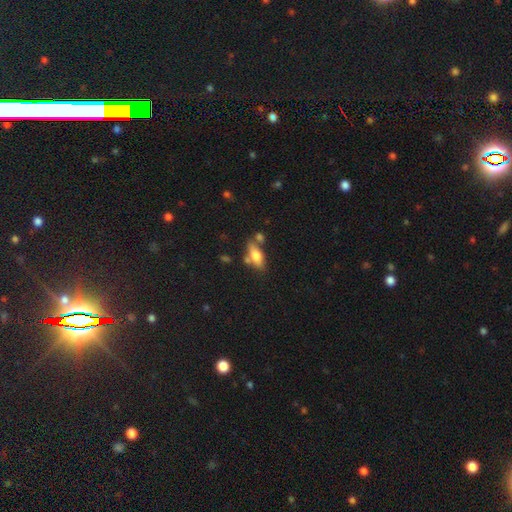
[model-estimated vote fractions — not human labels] smooth 69%, featured or disk 24%, star or artifact 8%. Down the decision tree: how rounded — in between (76%); merging — none (58%).